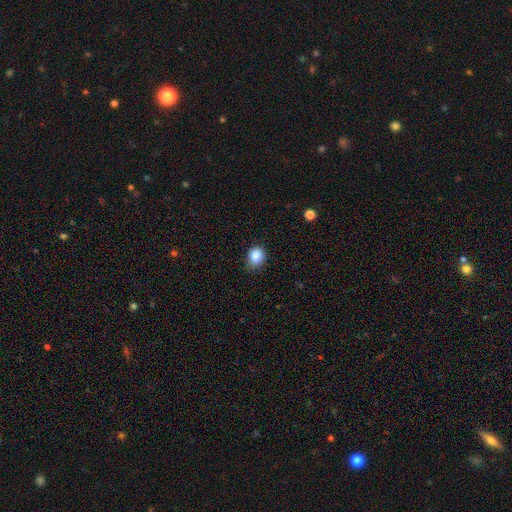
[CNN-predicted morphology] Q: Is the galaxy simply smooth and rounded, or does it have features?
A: smooth — 86%.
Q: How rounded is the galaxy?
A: round — 51%.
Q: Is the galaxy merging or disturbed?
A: none — 74%.